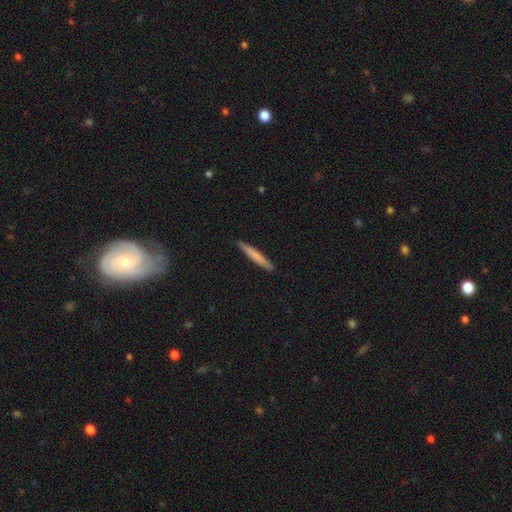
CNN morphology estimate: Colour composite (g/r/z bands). It shows a smooth galaxy with no disk features (72%) that is cigar-shaped (96%). Merging: none (92%).